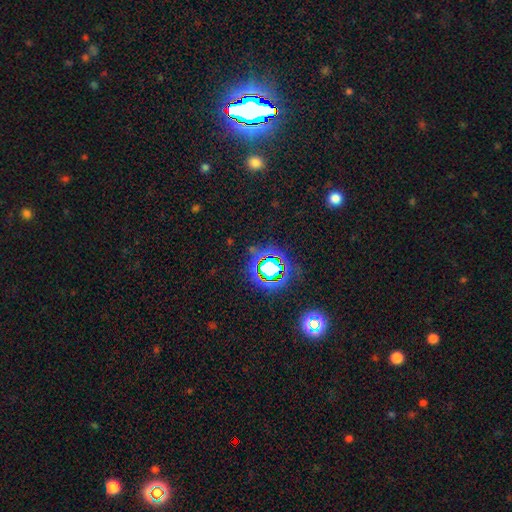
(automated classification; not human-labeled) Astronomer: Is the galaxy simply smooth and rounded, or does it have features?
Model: star or artifact — 80%.